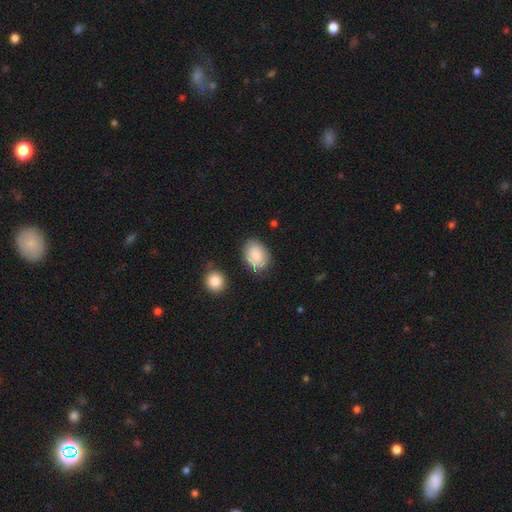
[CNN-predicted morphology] smooth_or_featured: smooth (p=0.83) [alt: featured or disk p=0.10]
how_rounded: in between (p=0.74) [alt: round p=0.25]
merging: none (p=0.77) [alt: minor disturbance p=0.16]